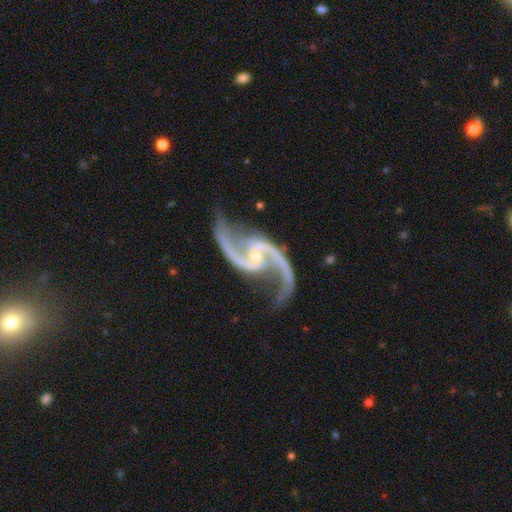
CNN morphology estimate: smooth_or_featured: featured or disk (p=0.94) [alt: star or artifact p=0.04]
disk_edge_on: no (p=0.98) [alt: yes p=0.02]
bar: no (p=0.48) [alt: weak p=0.34]
has_spiral_arms: yes (p=0.99) [alt: no p=0.01]
spiral_winding: loose (p=0.60) [alt: medium p=0.33]
spiral_arm_count: 2 (p=0.94) [alt: 3 p=0.01]
bulge_size: small (p=0.80) [alt: moderate p=0.16]
merging: none (p=0.72) [alt: minor disturbance p=0.16]